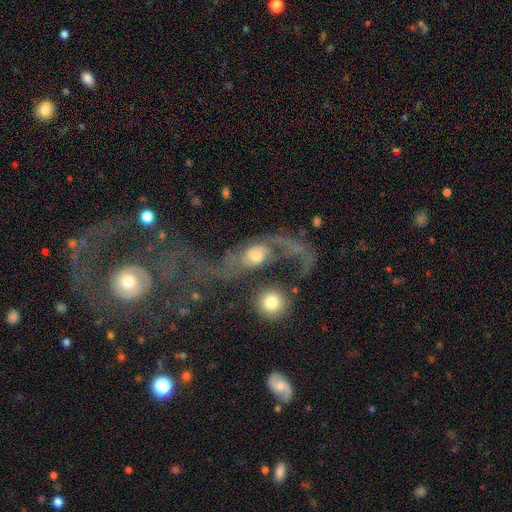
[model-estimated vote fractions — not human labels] Smooth or featured? featured or disk (71%)
Edge-on disk? no (93%)
Bar? no (65%)
Spiral arms? yes (80%)
Spiral winding? loose (81%)
Spiral arm count? 2 (74%)
Bulge size? moderate (53%)
Merging? major disturbance (44%)